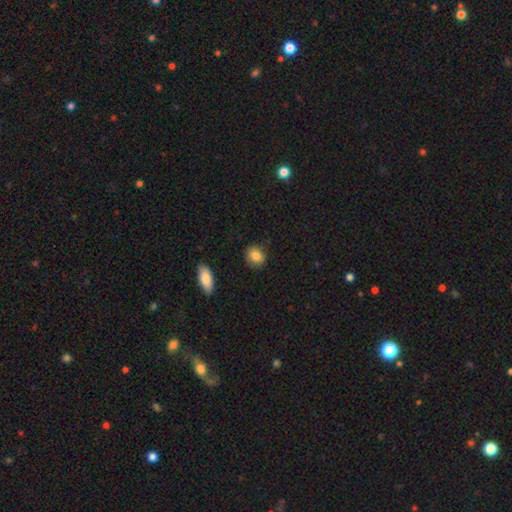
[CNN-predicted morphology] Smooth or featured? smooth (86%)
How rounded? round (64%)
Merging? none (85%)